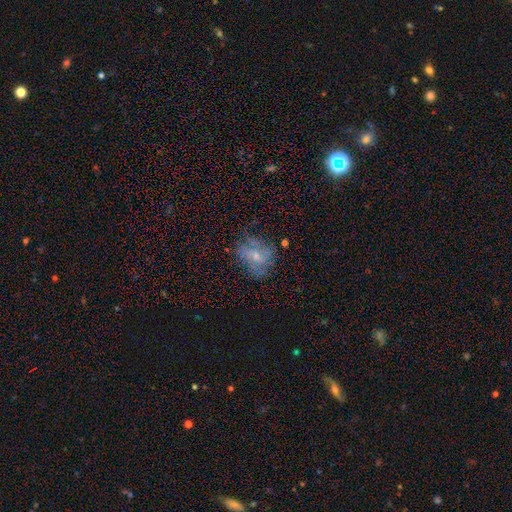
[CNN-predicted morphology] This appears to be a featured or disk galaxy (51%). Merging: none (58%).